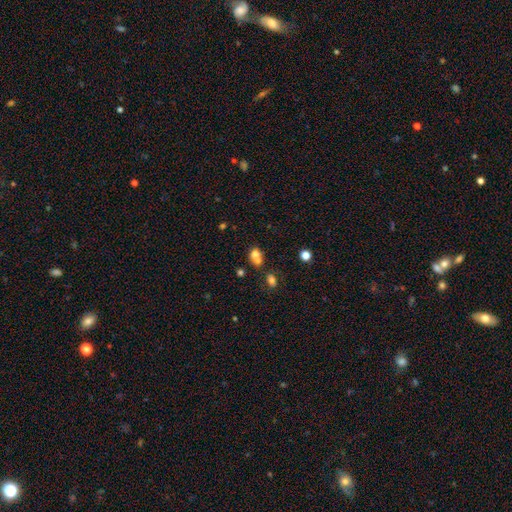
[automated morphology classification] Q: Smooth or featured?
A: smooth (70%); runner-up: featured or disk (16%)
Q: How rounded?
A: round (65%); runner-up: in between (34%)
Q: Merging?
A: merger (59%); runner-up: none (30%)